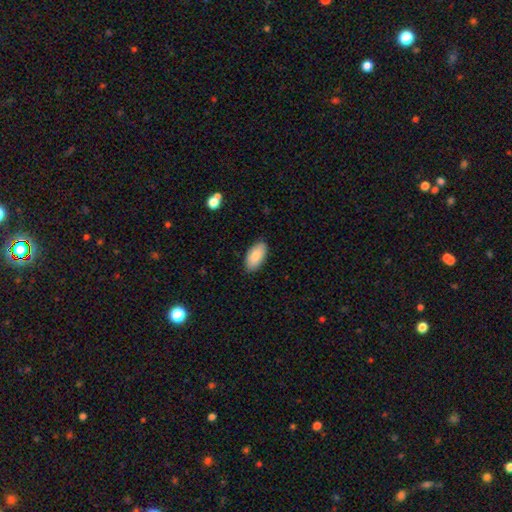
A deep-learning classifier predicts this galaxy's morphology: Smooth or featured? smooth (87%)
How rounded? in between (95%)
Merging? none (86%)